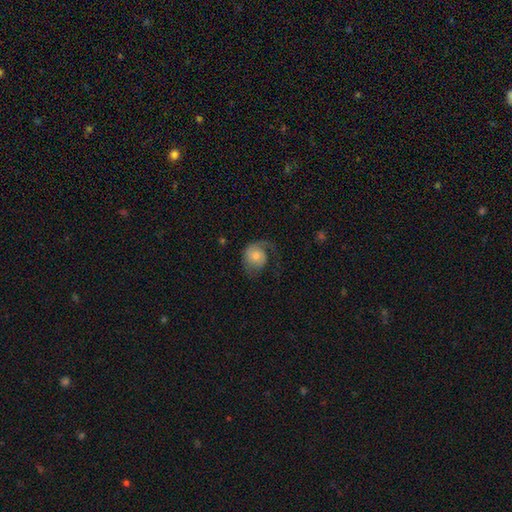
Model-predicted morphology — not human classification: This appears to be a featured or disk galaxy (55%) with no bar (78%), spiral arms (85%) and a moderate central bulge (51%). Merging: none (43%).